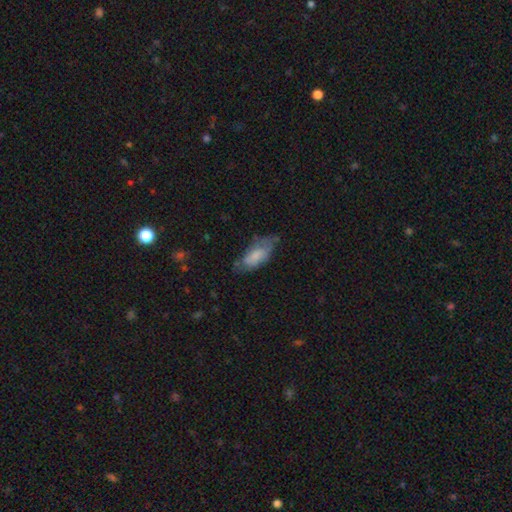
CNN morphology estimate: Smooth or featured? Predicted: smooth (p=0.67). How rounded? Predicted: in between (p=0.84). Merging? Predicted: none (p=0.47).